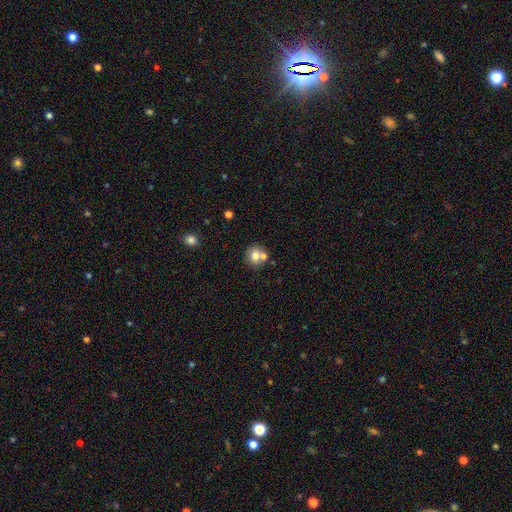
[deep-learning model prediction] This appears to be a smooth galaxy with no disk features (74%) that is round (81%). Merging: none (60%).